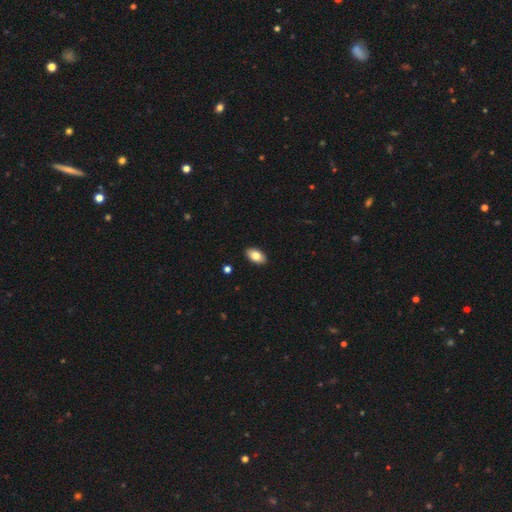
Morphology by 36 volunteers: Smooth or featured: smooth — 83% (featured or disk — 8%)
How rounded: in between — 93% (round — 7%)
Merging: none — 97% (minor disturbance — 3%)